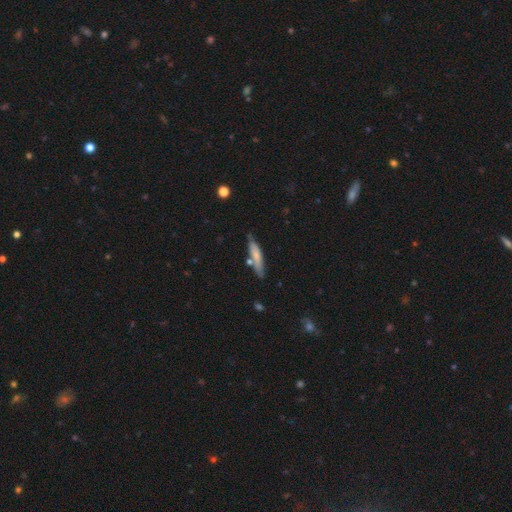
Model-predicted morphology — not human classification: The model was most divided on "smooth or featured": smooth: 68%, featured or disk: 26%, star or artifact: 6%. More confident: how rounded — cigar-shaped (82%); merging — none (69%).